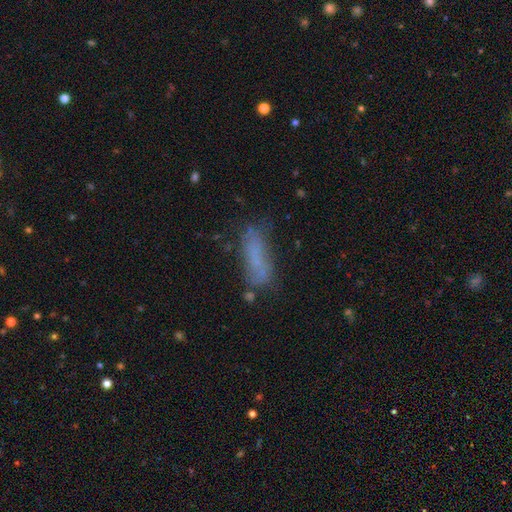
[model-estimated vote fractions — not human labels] Q: Smooth or featured?
A: smooth (65%); runner-up: featured or disk (22%)
Q: How rounded?
A: cigar-shaped (52%); runner-up: in between (45%)
Q: Merging?
A: none (59%); runner-up: minor disturbance (22%)